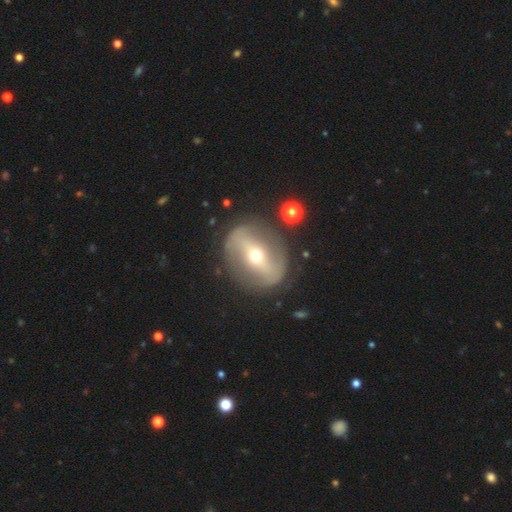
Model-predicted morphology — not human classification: This is likely a featured or disk galaxy (75%). It is clearly not viewed edge-on (90%). Bar: likely strong (63%). Spiral arm pattern: possibly yes (55%). Central bulge: possibly moderate (53%). Merging: clearly none (80%).